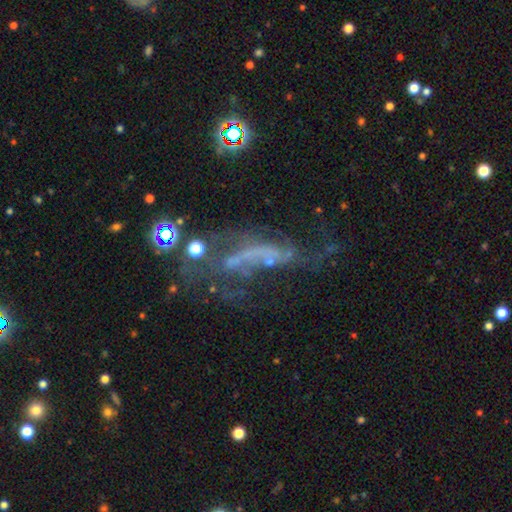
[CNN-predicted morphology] type=featured or disk (56%); edge-on=no (81%); merging=major disturbance (37%).